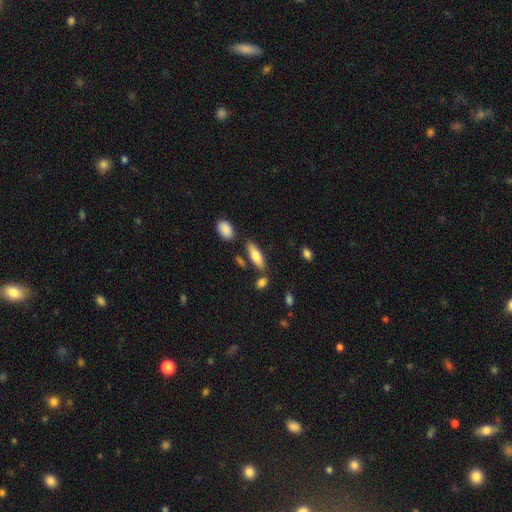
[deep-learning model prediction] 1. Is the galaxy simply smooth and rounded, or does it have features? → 77% smooth, 16% featured or disk, 6% star or artifact.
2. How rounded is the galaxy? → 57% in between, 41% cigar-shaped, 2% round.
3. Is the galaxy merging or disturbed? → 75% none, 13% minor disturbance, 8% merger, 3% major disturbance.